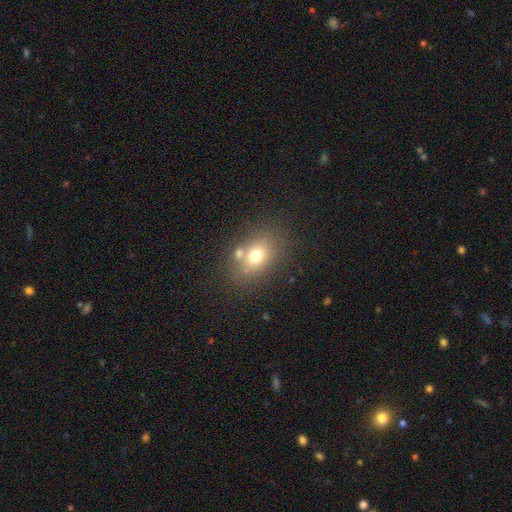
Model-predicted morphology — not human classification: Smooth or featured? smooth (69%)
How rounded? in between (60%)
Merging? none (63%)